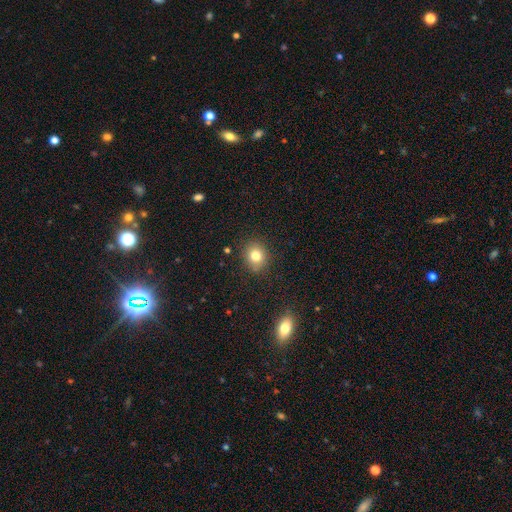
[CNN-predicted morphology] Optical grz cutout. It shows a smooth galaxy with no disk features (80%) that is round (67%). Merging: none (86%).